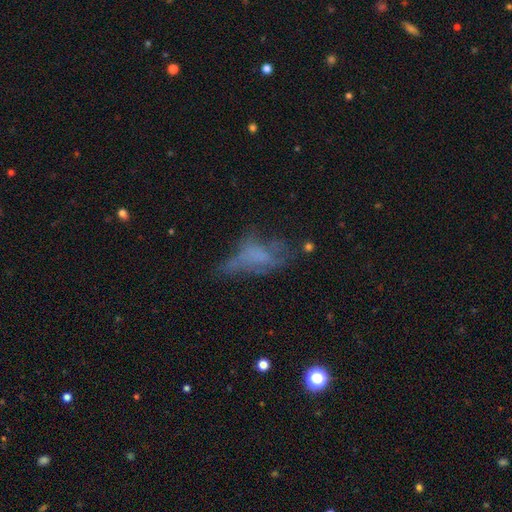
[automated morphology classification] smooth_or_featured: smooth (p=0.41) [tied with: featured or disk p=0.41]
merging: major disturbance (p=0.38) [alt: none p=0.32]